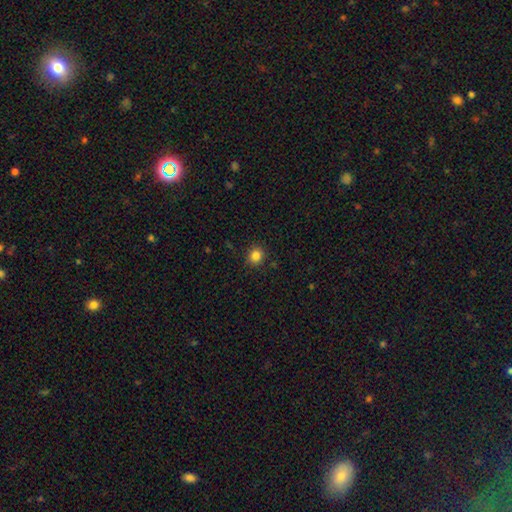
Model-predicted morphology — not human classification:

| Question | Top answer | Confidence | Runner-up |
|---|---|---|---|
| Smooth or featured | smooth | 84% | star or artifact (11%) |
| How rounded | round | 87% | in between (12%) |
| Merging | none | 89% | minor disturbance (7%) |